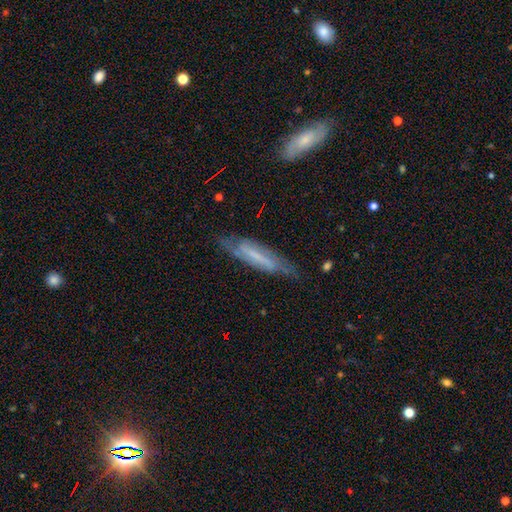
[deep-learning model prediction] Smooth or featured?
  - featured or disk: 63% *
  - smooth: 29%
  - star or artifact: 8%
Edge-on disk?
  - no: 56% *
  - yes: 44%
Merging?
  - none: 69% *
  - minor disturbance: 22%
  - major disturbance: 7%
  - merger: 2%